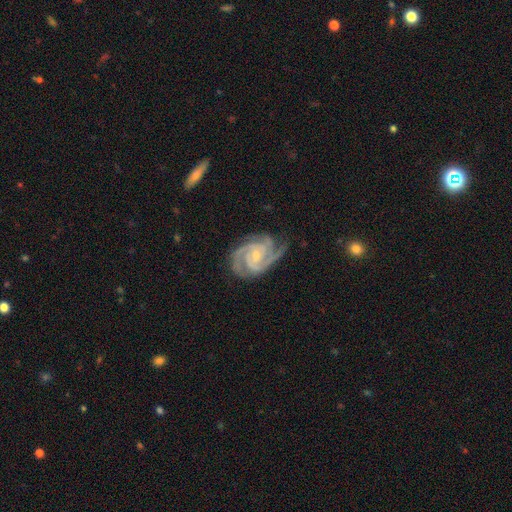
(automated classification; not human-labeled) Q: Smooth or featured?
A: featured or disk (93%); runner-up: star or artifact (4%)
Q: Edge-on disk?
A: no (98%); runner-up: yes (2%)
Q: Bar?
A: no (49%); runner-up: weak (38%)
Q: Spiral arms?
A: yes (99%); runner-up: no (1%)
Q: Spiral winding?
A: tight (60%); runner-up: medium (36%)
Q: Spiral arm count?
A: 3 (54%); runner-up: 2 (18%)
Q: Bulge size?
A: small (69%); runner-up: moderate (27%)
Q: Merging?
A: none (72%); runner-up: minor disturbance (20%)